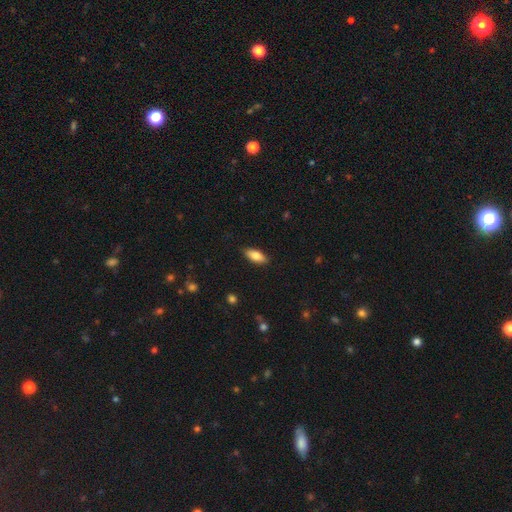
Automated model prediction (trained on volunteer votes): Overall: smooth (79%). How rounded: in between (80%). Merging: none (87%).